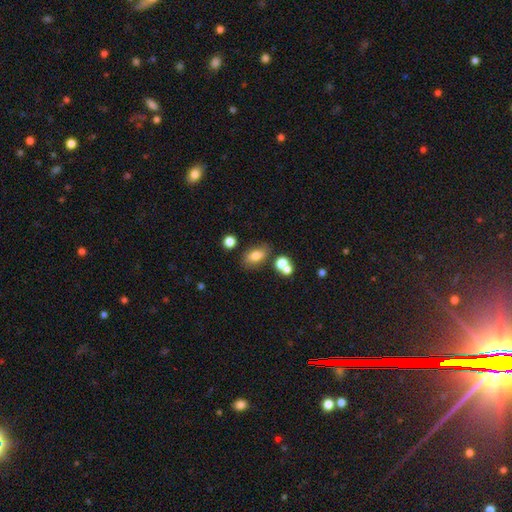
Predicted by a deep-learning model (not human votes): This is likely a smooth galaxy (77%). How rounded: clearly in between (83%). Merging: likely none (70%).